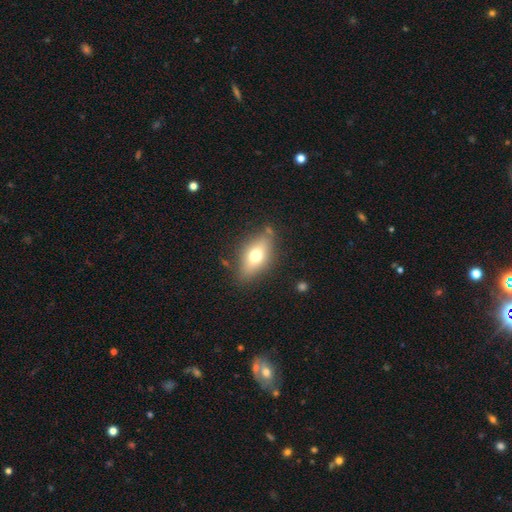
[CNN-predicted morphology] Overall: smooth (65%; featured or disk 26%). How rounded: in between (80%). Merging: none (78%).